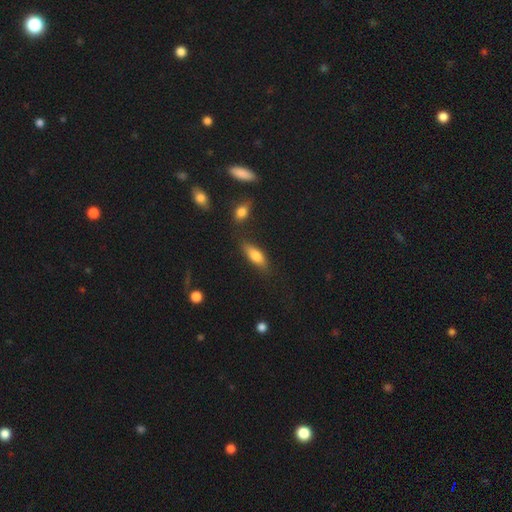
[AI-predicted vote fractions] Overall: smooth (78%). How rounded: in between (70%). Merging: none (72%).